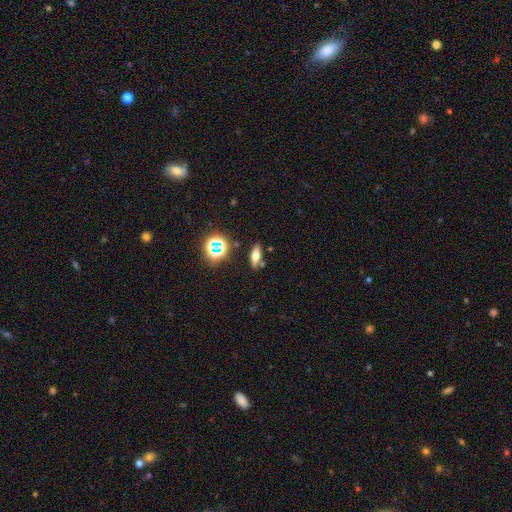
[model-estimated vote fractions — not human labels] This is possibly a smooth galaxy (55%). How rounded: possibly in between (56%). Merging: clearly none (82%).